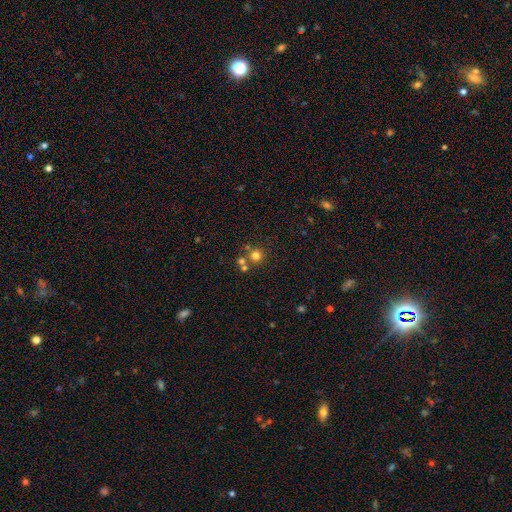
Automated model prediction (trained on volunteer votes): smooth-or-featured: smooth: 74% | star or artifact: 17% | featured or disk: 9%
  how-rounded: round: 92% | in between: 7% | cigar-shaped: 1%
  merging: none: 66% | merger: 24% | minor disturbance: 7% | major disturbance: 3%